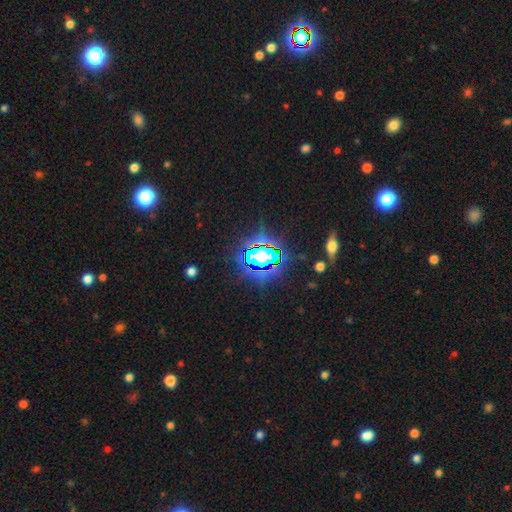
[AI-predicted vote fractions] The model was most divided on "smooth or featured": star or artifact: 83%, smooth: 10%, featured or disk: 7%.